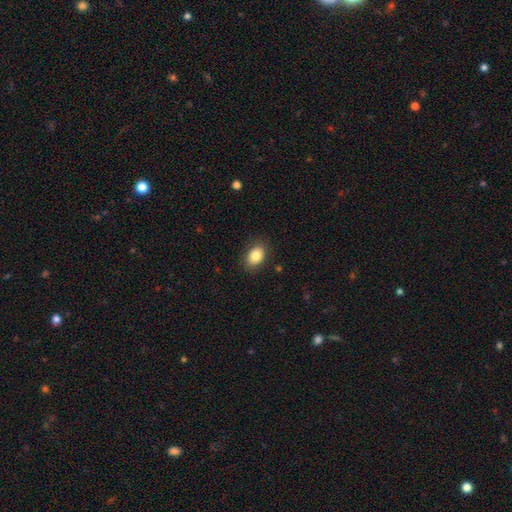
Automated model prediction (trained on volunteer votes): Smooth or featured?
  - smooth: 84% *
  - featured or disk: 8%
  - star or artifact: 8%
How rounded?
  - in between: 80% *
  - round: 19%
  - cigar-shaped: 1%
Merging?
  - none: 86% *
  - minor disturbance: 10%
  - major disturbance: 3%
  - merger: 1%